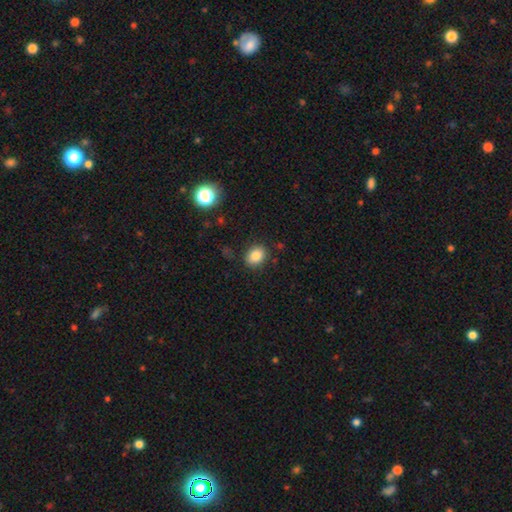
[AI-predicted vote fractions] smooth-or-featured: smooth: 84% | star or artifact: 10% | featured or disk: 6%
  how-rounded: in between: 52% | round: 47% | cigar-shaped: 1%
  merging: none: 86% | minor disturbance: 9% | major disturbance: 3% | merger: 2%